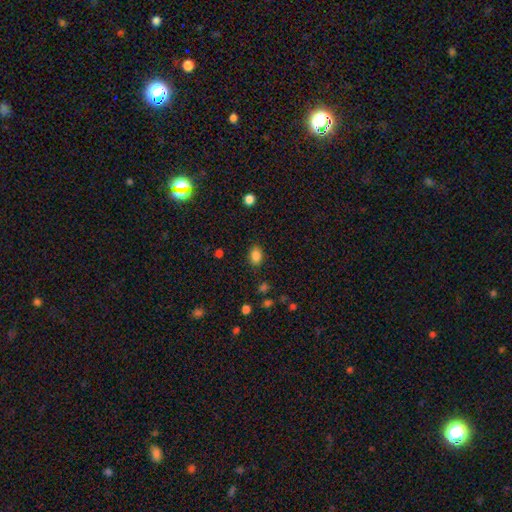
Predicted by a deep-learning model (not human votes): Morphology: type=smooth (85%); roundness=in between (74%); merging=none (85%).